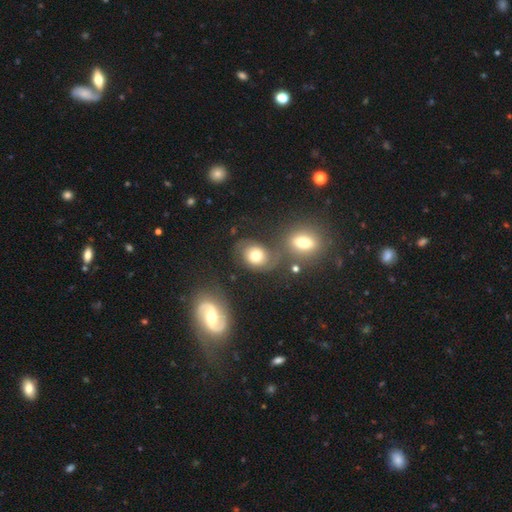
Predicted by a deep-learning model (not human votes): The model was most divided on "how rounded": in between: 50%, round: 49%, cigar-shaped: 1%. More confident: smooth or featured — smooth (55%); merging — none (52%).